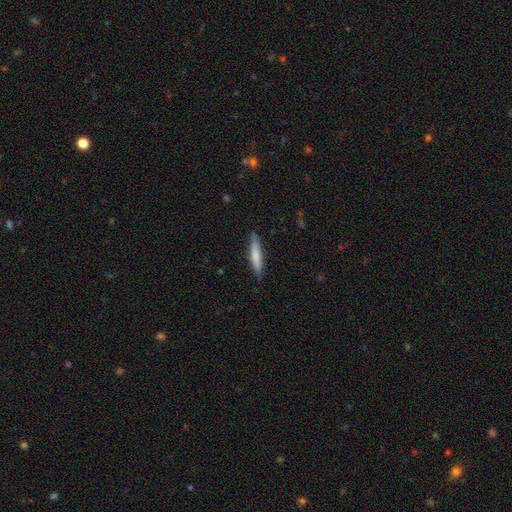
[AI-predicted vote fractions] Smooth or featured? smooth (70%)
How rounded? cigar-shaped (90%)
Merging? none (87%)